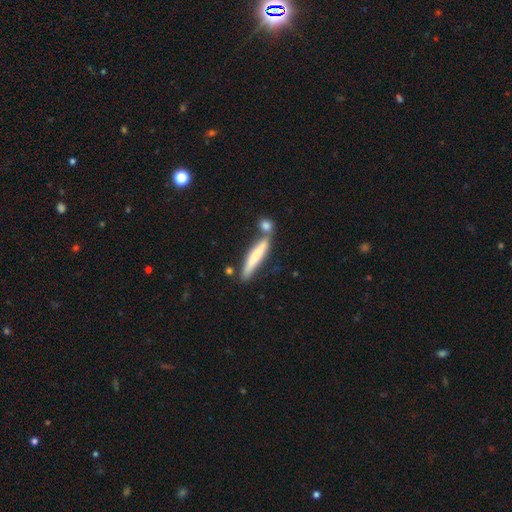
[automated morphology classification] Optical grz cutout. It shows a smooth galaxy with no disk features (66%) that is cigar-shaped (92%). Merging: none (58%).